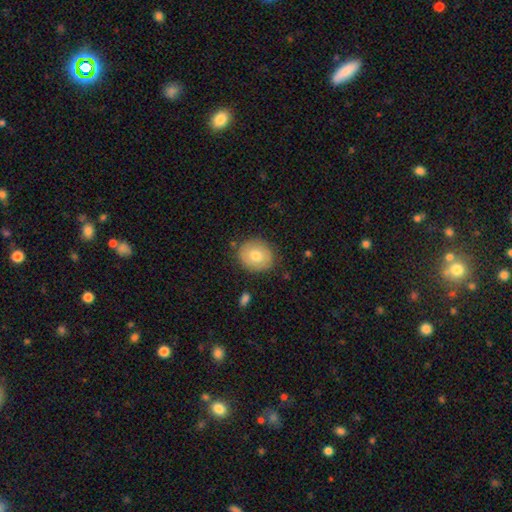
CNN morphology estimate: This appears to be a smooth galaxy with no disk features (72%) that is round (74%). Merging: none (84%).